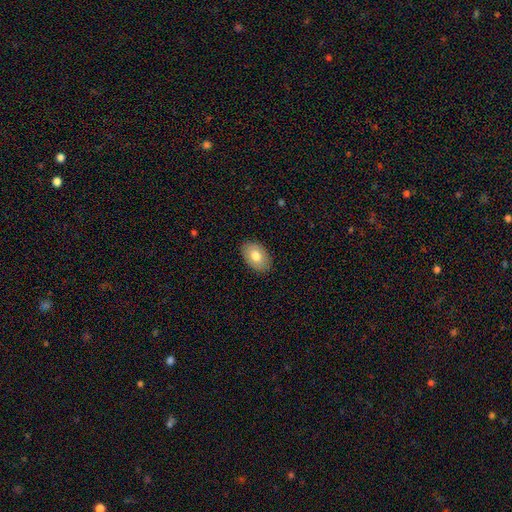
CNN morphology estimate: Smooth or featured? Predicted: smooth (p=0.79). How rounded? Predicted: in between (p=0.89). Merging? Predicted: none (p=0.88).